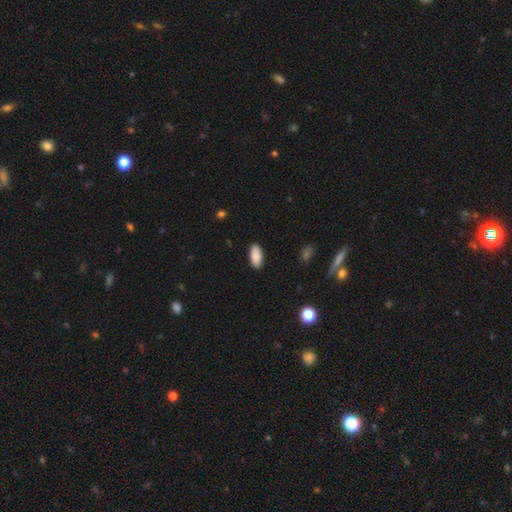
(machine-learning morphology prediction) Smooth or featured: smooth — 90% (star or artifact — 6%)
How rounded: in between — 90% (cigar-shaped — 8%)
Merging: none — 90% (minor disturbance — 8%)